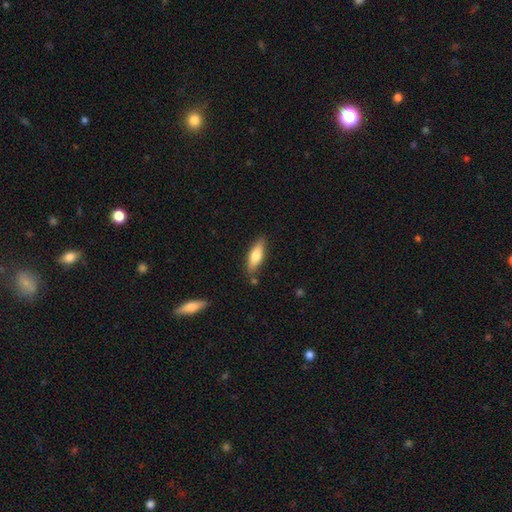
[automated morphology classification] Q: Smooth or featured?
A: smooth (71%); runner-up: featured or disk (24%)
Q: How rounded?
A: in between (55%); runner-up: cigar-shaped (43%)
Q: Merging?
A: none (80%); runner-up: minor disturbance (13%)